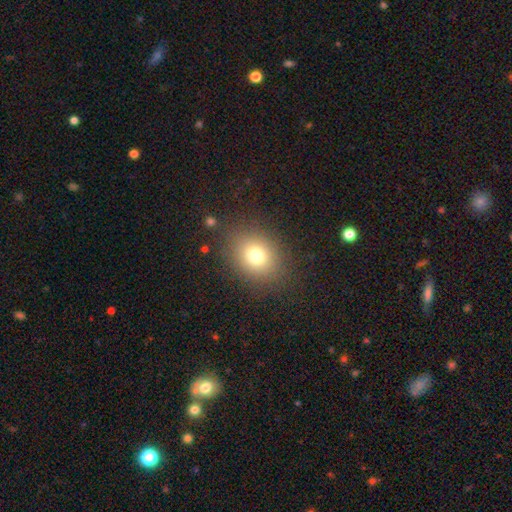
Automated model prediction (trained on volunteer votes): smooth 74%, star or artifact 15%, featured or disk 11%. Down the decision tree: how rounded — round (62%); merging — none (84%).